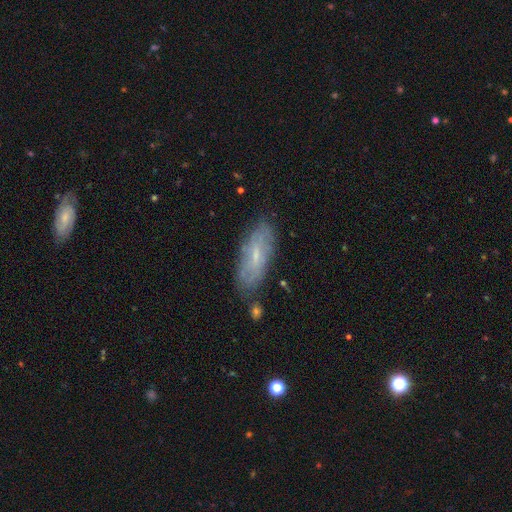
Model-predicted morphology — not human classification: This appears to be a featured or disk galaxy (52%). Merging: none (76%).